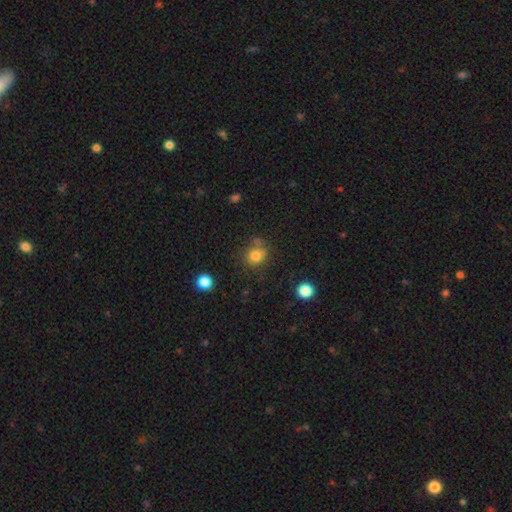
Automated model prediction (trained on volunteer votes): Smooth or featured: smooth — 80% (star or artifact — 13%)
How rounded: round — 79% (in between — 20%)
Merging: none — 67% (minor disturbance — 16%)